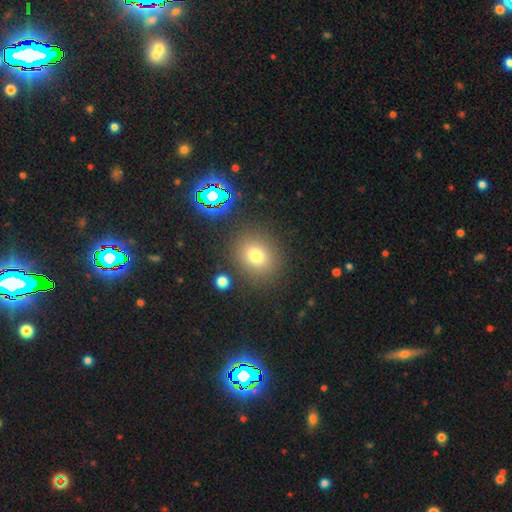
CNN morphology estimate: The model was most divided on "how rounded": round: 74%, in between: 25%, cigar-shaped: 1%. More confident: merging — none (84%); smooth or featured — smooth (75%).